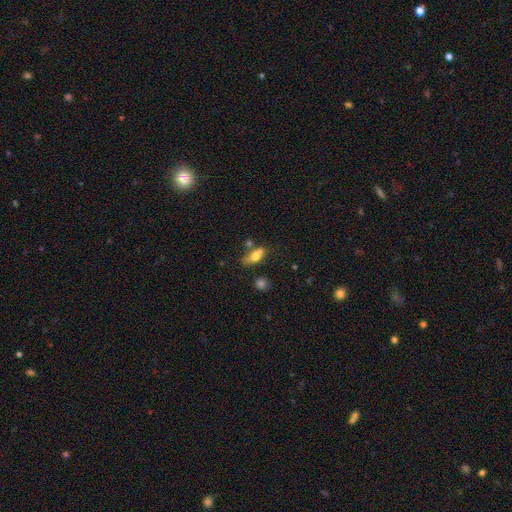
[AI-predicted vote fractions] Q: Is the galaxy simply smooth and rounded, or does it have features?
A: smooth — 69%.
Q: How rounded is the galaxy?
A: in between — 75%.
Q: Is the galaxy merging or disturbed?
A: none — 56%.